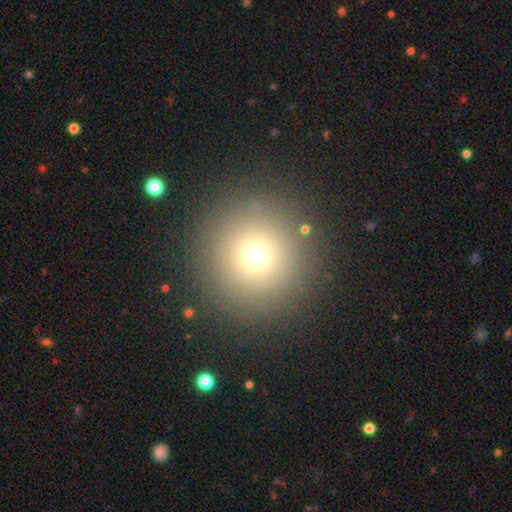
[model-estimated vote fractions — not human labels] This is likely a smooth galaxy (70%). How rounded: clearly round (96%). Merging: clearly none (89%).